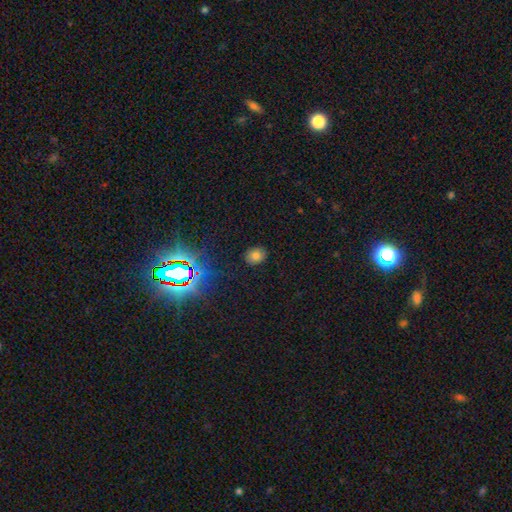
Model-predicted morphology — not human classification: Smooth or featured: smooth — 74% (star or artifact — 18%)
How rounded: round — 52% (in between — 46%)
Merging: none — 87% (minor disturbance — 10%)